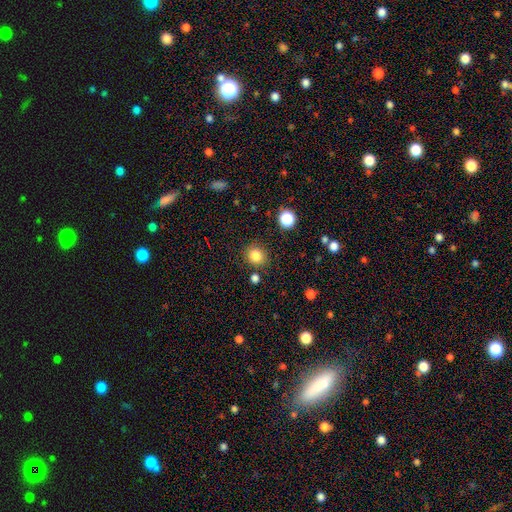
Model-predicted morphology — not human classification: Smooth or featured: smooth — 83% (star or artifact — 12%)
How rounded: round — 81% (in between — 18%)
Merging: none — 85% (minor disturbance — 9%)